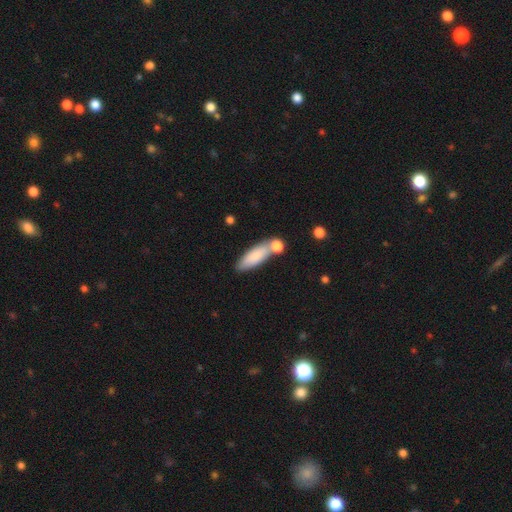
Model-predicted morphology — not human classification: A smooth galaxy with no disk features (80%) that is in between round and cigar-shaped (56%). Merging: none (54%).